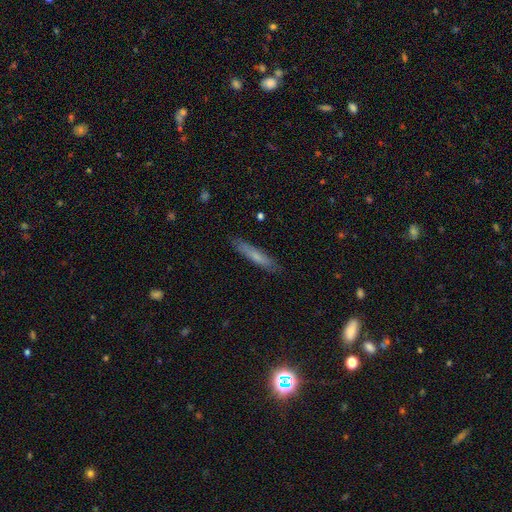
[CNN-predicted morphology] Smooth or featured? smooth (65%)
How rounded? cigar-shaped (92%)
Merging? none (86%)